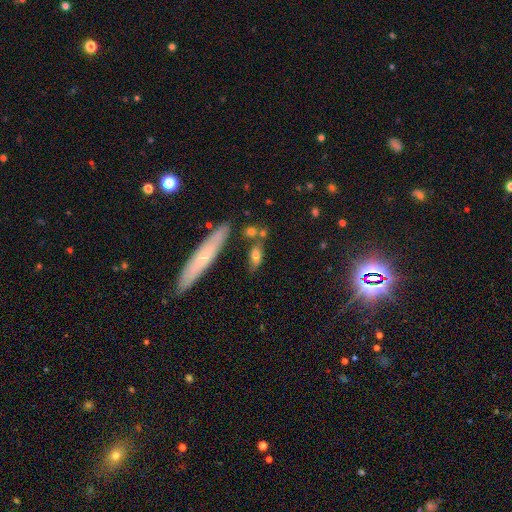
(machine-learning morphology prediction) smooth 69%, featured or disk 22%, star or artifact 9%. Down the decision tree: how rounded — in between (59%); merging — none (64%).